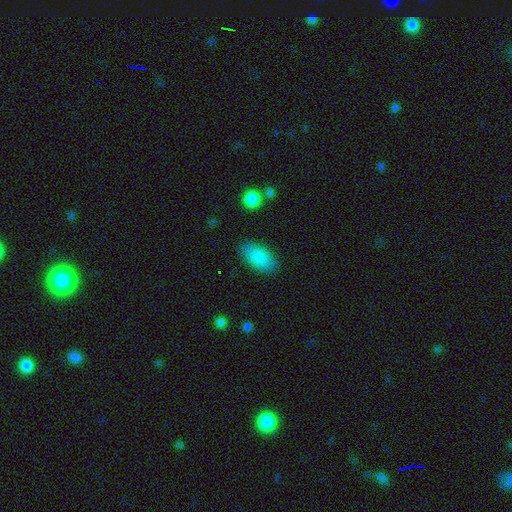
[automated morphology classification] The model was most divided on "merging": none: 86%, minor disturbance: 10%, major disturbance: 3%, merger: 1%. More confident: how rounded — in between (93%); smooth or featured — smooth (85%).